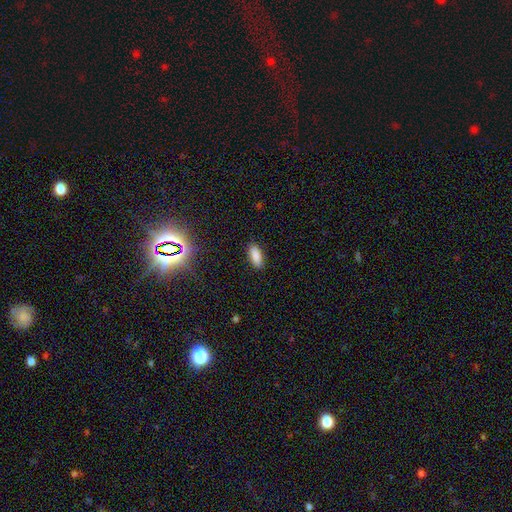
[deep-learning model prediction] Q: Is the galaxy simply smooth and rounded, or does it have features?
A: smooth — 85%.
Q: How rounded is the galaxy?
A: in between — 80%.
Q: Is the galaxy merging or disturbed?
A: none — 89%.